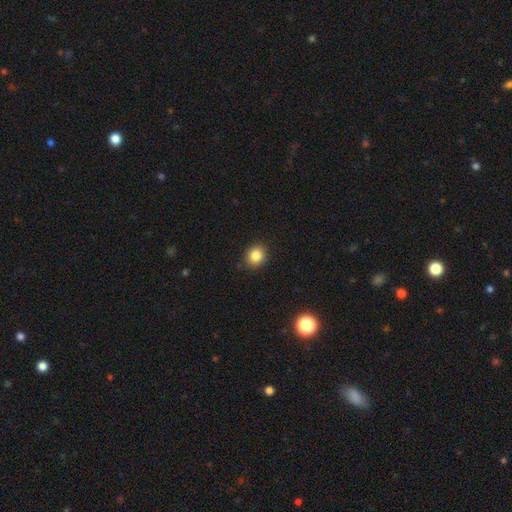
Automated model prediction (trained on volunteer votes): Smooth or featured? Predicted: smooth (p=0.85). How rounded? Predicted: round (p=0.70). Merging? Predicted: none (p=0.89).